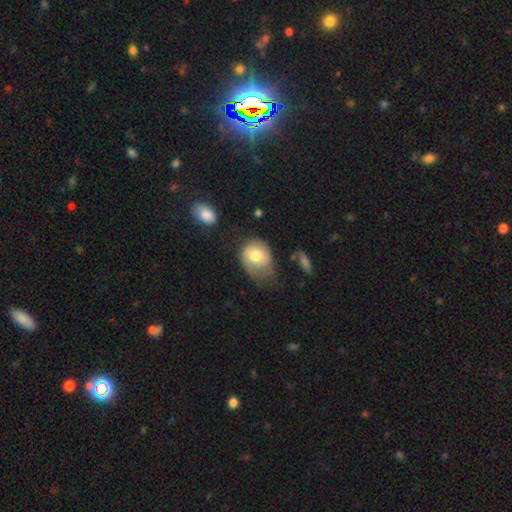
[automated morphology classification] type=smooth (67%); roundness=round (53%); merging=minor disturbance (36%).